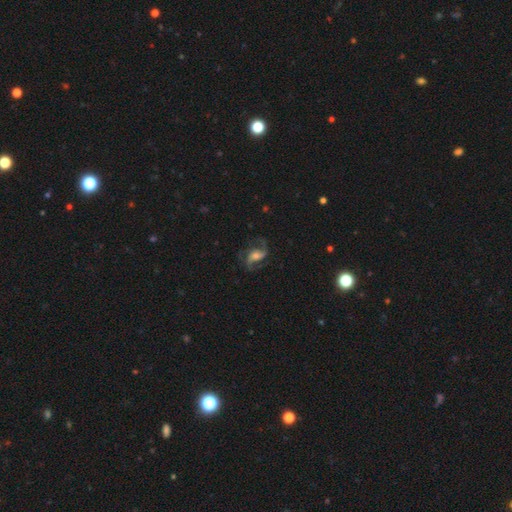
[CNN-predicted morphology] Overall: featured or disk (84%). Edge-on disk: no (97%). Bar: no (44%; weak 39%). Spiral arms: yes (96%). Spiral arm count: 2 (67%). Spiral winding: medium (45%, tied with loose). Bulge size: moderate (48%; small 33%). Merging: none (68%).